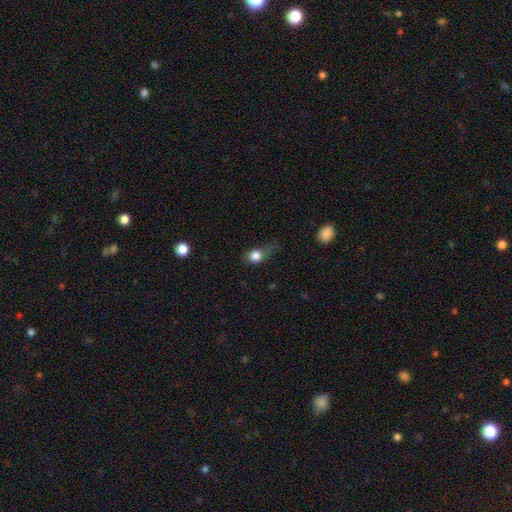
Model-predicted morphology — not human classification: Overall: smooth (78%). How rounded: round (61%; in between 35%). Merging: none (36%; minor disturbance 32%).